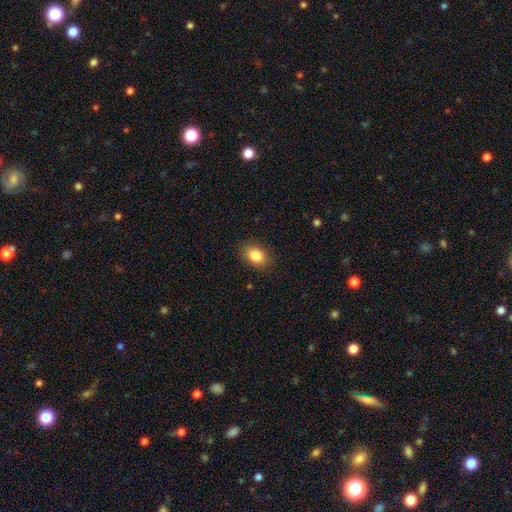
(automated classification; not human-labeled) The model was most divided on "how rounded": in between: 72%, round: 27%, cigar-shaped: 1%. More confident: merging — none (88%); smooth or featured — smooth (85%).